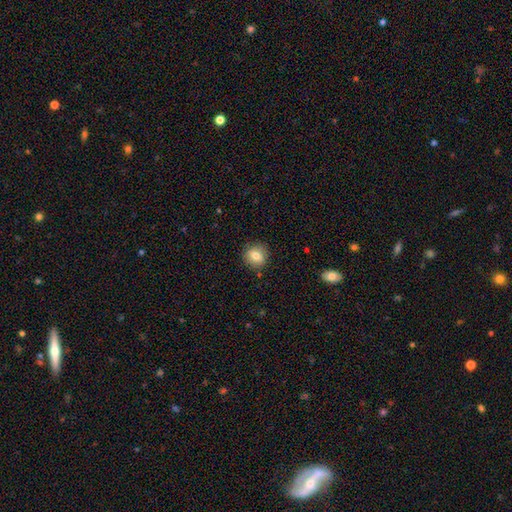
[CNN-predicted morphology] smooth_or_featured: smooth (p=0.79) [alt: featured or disk p=0.11]
how_rounded: round (p=0.84) [alt: in between p=0.15]
merging: none (p=0.86) [alt: minor disturbance p=0.10]